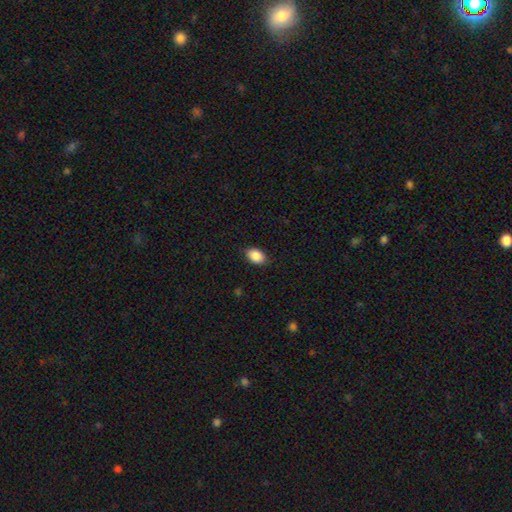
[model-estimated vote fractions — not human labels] Overall: smooth (89%). How rounded: in between (87%). Merging: none (85%).